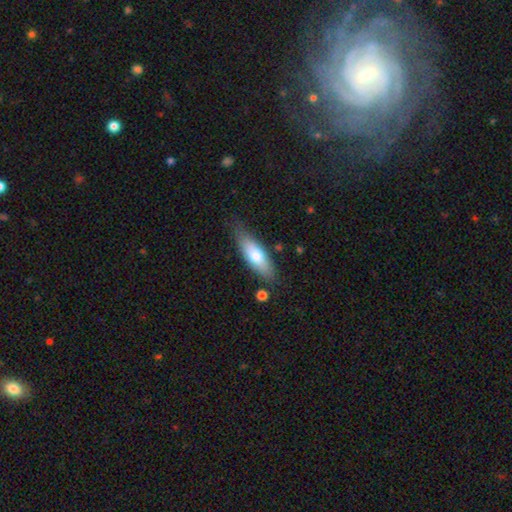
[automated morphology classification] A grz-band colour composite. It shows a smooth galaxy with no disk features (70%) that is in between round and cigar-shaped (58%). Merging: none (74%).